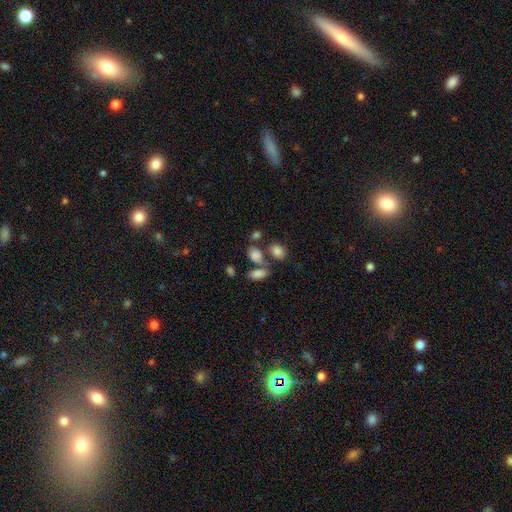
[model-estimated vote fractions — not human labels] This is clearly a smooth galaxy (81%). How rounded: likely in between (67%). Merging: possibly none (53%).